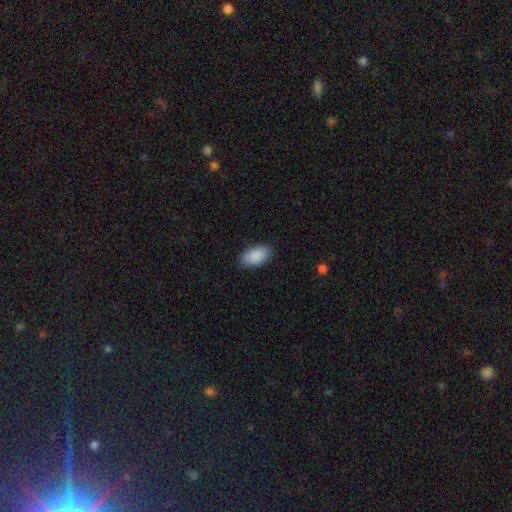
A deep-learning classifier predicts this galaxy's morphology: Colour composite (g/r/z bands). It shows a smooth galaxy with no disk features (90%) that is in between round and cigar-shaped (95%). Merging: none (86%).